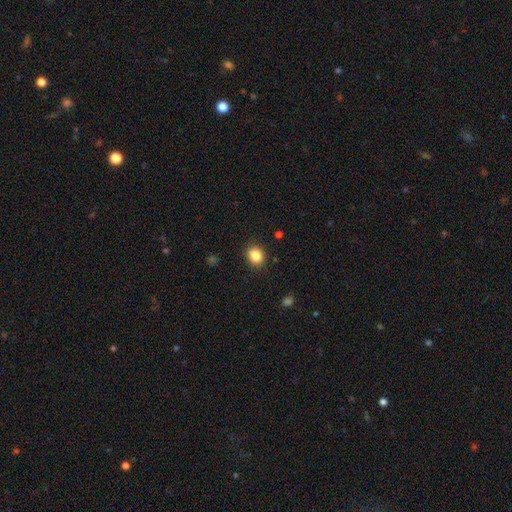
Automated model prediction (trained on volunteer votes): smooth-or-featured: smooth: 85% | star or artifact: 10% | featured or disk: 5%
  how-rounded: round: 64% | in between: 35% | cigar-shaped: 1%
  merging: none: 88% | minor disturbance: 9% | major disturbance: 2% | merger: 1%